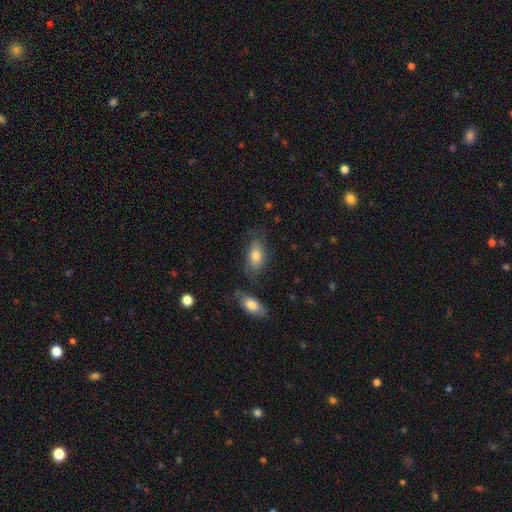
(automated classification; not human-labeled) Smooth or featured?
  - smooth: 69% *
  - featured or disk: 24%
  - star or artifact: 7%
How rounded?
  - in between: 89% *
  - cigar-shaped: 5%
  - round: 5%
Merging?
  - none: 60% *
  - minor disturbance: 23%
  - major disturbance: 10%
  - merger: 7%